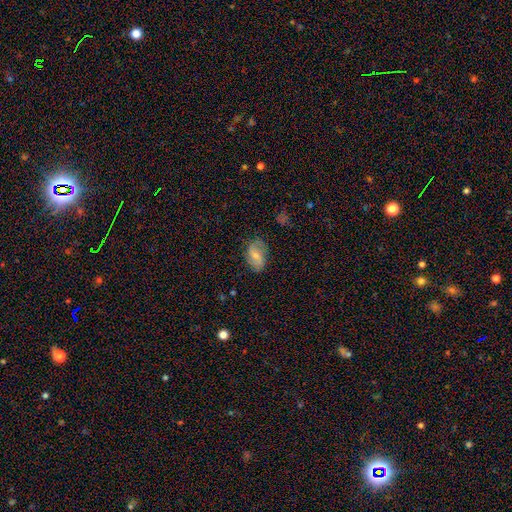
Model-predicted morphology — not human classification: Smooth or featured?
  - featured or disk: 52% *
  - smooth: 37%
  - star or artifact: 11%
Edge-on disk?
  - no: 95% *
  - yes: 5%
Merging?
  - none: 76% *
  - minor disturbance: 18%
  - major disturbance: 5%
  - merger: 1%